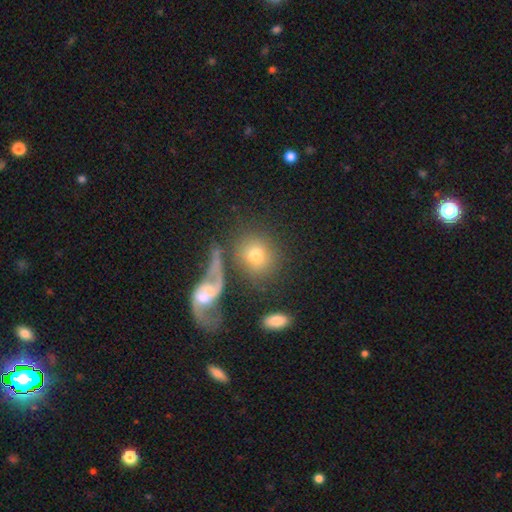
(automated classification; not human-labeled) Q: Smooth or featured?
A: smooth (67%); runner-up: featured or disk (23%)
Q: How rounded?
A: round (74%); runner-up: in between (23%)
Q: Merging?
A: none (53%); runner-up: merger (24%)